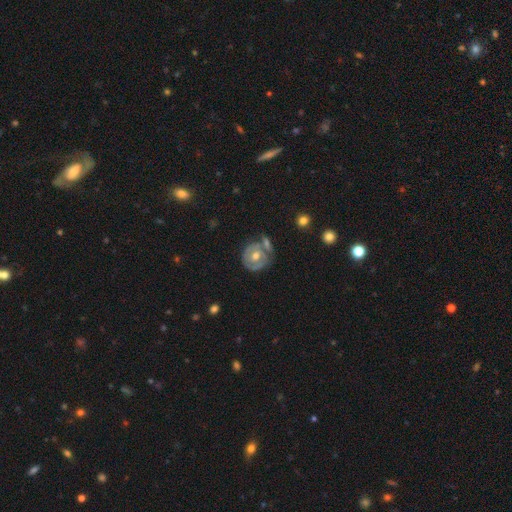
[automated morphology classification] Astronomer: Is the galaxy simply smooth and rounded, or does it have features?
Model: featured or disk — 67%.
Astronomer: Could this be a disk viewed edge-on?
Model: no — 97%.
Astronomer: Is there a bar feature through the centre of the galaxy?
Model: no — 75%.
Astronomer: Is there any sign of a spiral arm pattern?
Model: yes — 59% (runner-up: no, 41%).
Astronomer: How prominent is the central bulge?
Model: moderate — 76%.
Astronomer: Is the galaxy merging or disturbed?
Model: none — 57%.